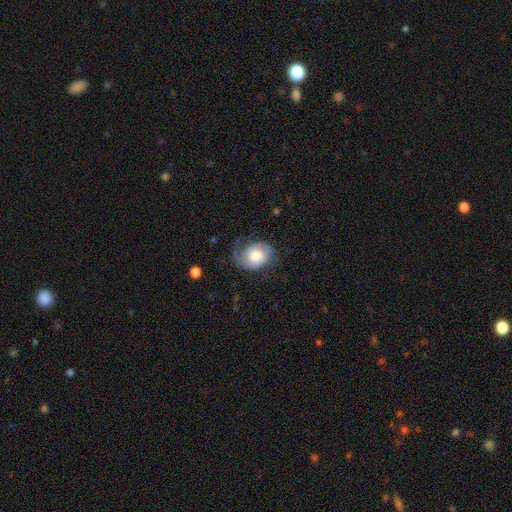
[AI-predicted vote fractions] Smooth or featured? smooth (53%)
How rounded? in between (53%)
Merging? none (47%)